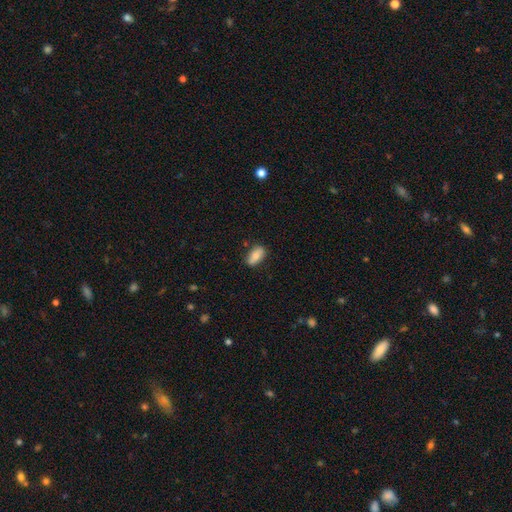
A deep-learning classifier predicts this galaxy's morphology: A smooth galaxy with no disk features (76%) that is in between round and cigar-shaped (88%). Merging: none (83%).